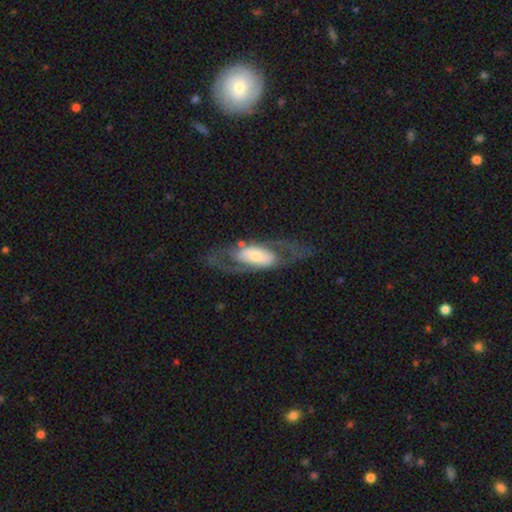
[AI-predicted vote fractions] Q: Smooth or featured?
A: featured or disk (69%); runner-up: smooth (25%)
Q: Edge-on disk?
A: no (85%); runner-up: yes (15%)
Q: Bar?
A: no (60%); runner-up: weak (24%)
Q: Spiral arms?
A: yes (65%); runner-up: no (35%)
Q: Bulge size?
A: moderate (42%); runner-up: small (32%)
Q: Merging?
A: none (61%); runner-up: major disturbance (20%)